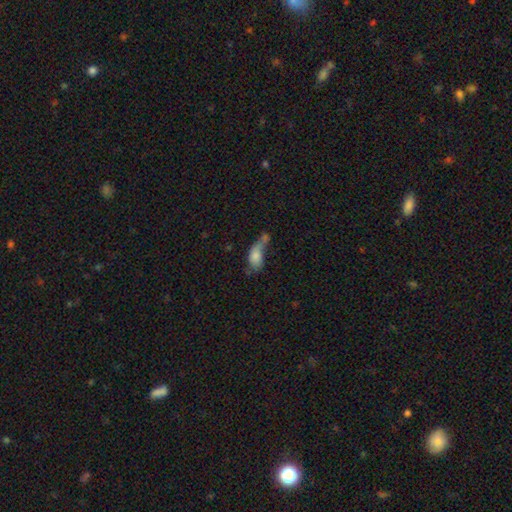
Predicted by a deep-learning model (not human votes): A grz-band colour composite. It shows a smooth galaxy with no disk features (71%) that is in between round and cigar-shaped (79%). Merging: merger (38%).